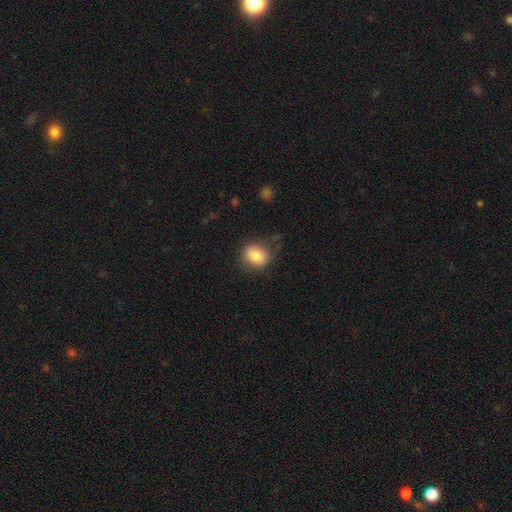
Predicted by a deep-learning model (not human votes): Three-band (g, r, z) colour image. It shows a smooth galaxy with no disk features (83%) that is round (51%). Merging: none (75%).